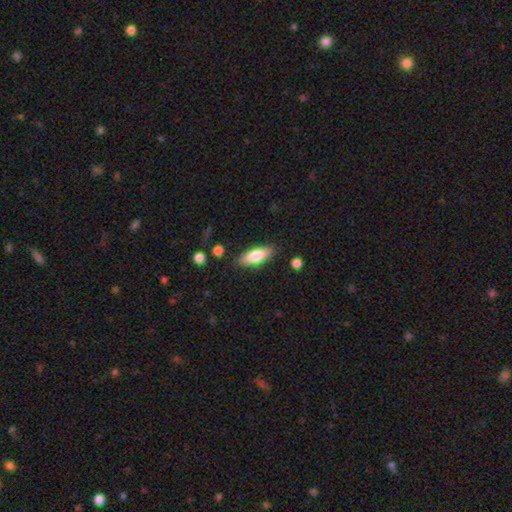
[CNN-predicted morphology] smooth_or_featured: smooth (p=0.75) [alt: featured or disk p=0.18]
how_rounded: in between (p=0.67) [alt: cigar-shaped p=0.31]
merging: none (p=0.85) [alt: minor disturbance p=0.10]